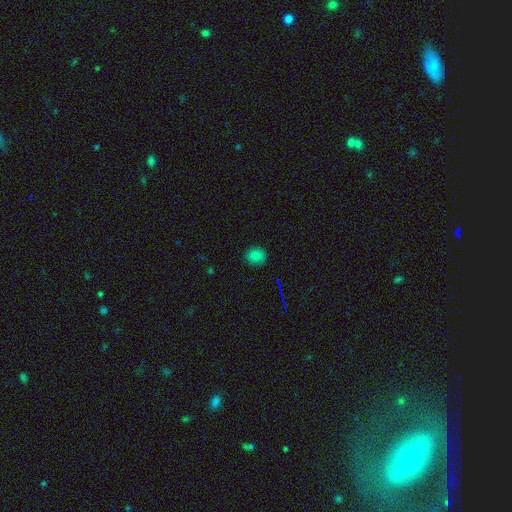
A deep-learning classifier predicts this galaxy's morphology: type=smooth (80%); roundness=round (73%); merging=none (87%).